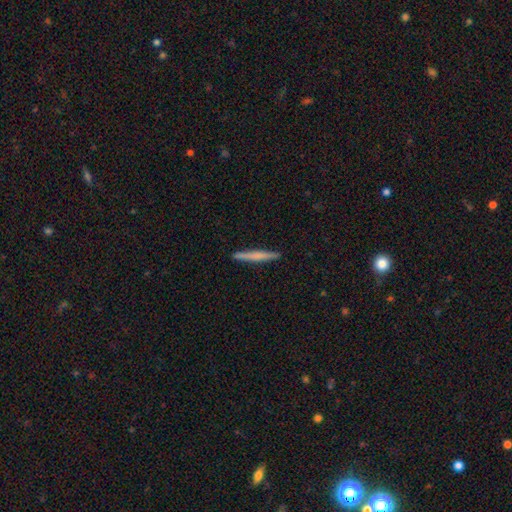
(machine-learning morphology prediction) Q: Smooth or featured?
A: smooth (54%); runner-up: featured or disk (40%)
Q: How rounded?
A: cigar-shaped (96%); runner-up: in between (2%)
Q: Merging?
A: none (92%); runner-up: minor disturbance (5%)